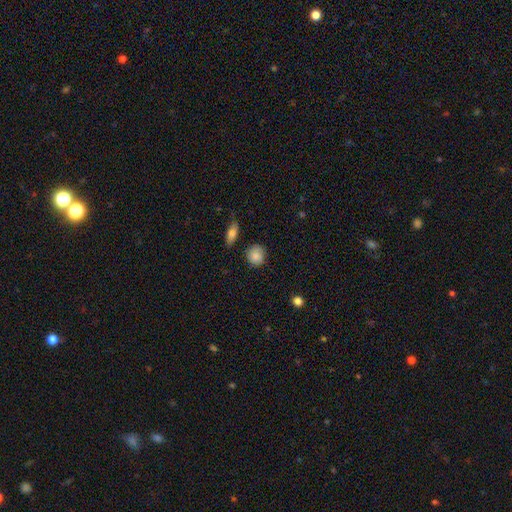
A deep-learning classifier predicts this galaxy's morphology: A smooth galaxy with no disk features (85%) that is round (81%).

Vote fractions:
- Smooth or featured? smooth: 85% / featured or disk: 8% / star or artifact: 8%
- How rounded? round: 81% / in between: 18% / cigar-shaped: 1%
- Merging? none: 79% / minor disturbance: 16% / major disturbance: 3% / merger: 2%